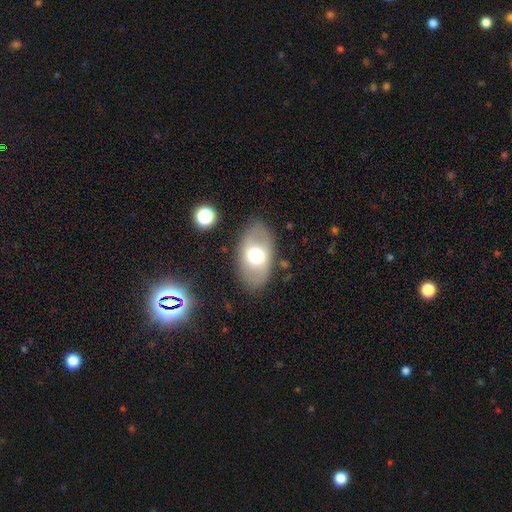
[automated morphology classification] smooth_or_featured: smooth (p=0.55) [alt: featured or disk p=0.37]
how_rounded: in between (p=0.89) [alt: round p=0.09]
merging: none (p=0.81) [alt: minor disturbance p=0.12]